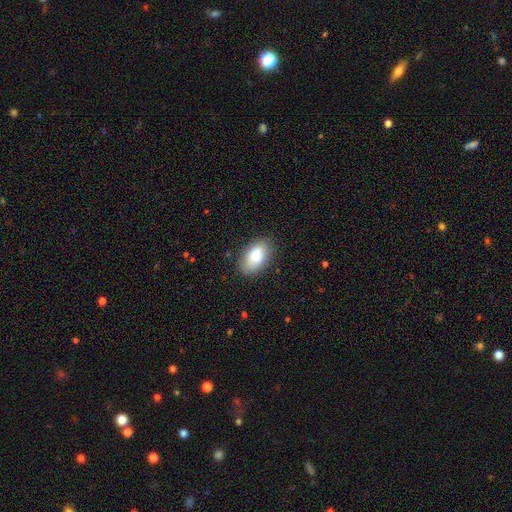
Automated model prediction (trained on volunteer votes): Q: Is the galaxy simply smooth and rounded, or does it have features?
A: smooth — 84%.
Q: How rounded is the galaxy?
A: in between — 93%.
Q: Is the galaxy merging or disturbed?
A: none — 83%.